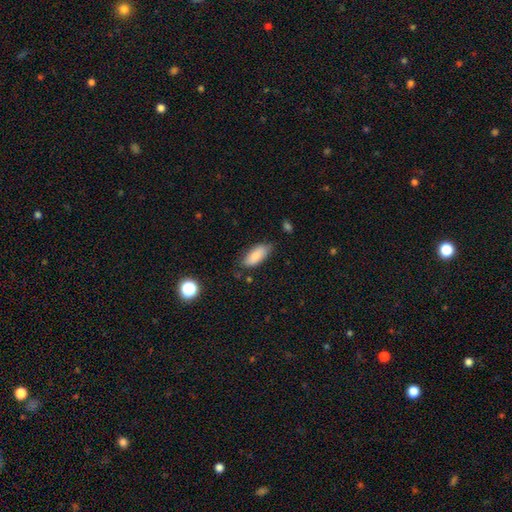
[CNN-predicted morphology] Overall: smooth (83%). How rounded: in between (83%). Merging: none (73%).